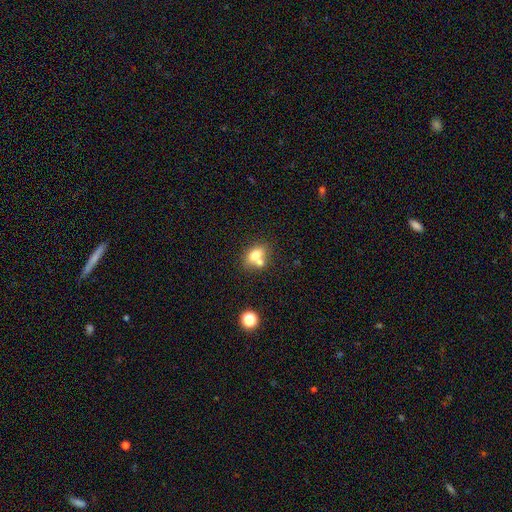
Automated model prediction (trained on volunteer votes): Smooth or featured?
  - smooth: 72% *
  - featured or disk: 17%
  - star or artifact: 11%
How rounded?
  - in between: 70% *
  - round: 27%
  - cigar-shaped: 3%
Merging?
  - none: 42% *
  - merger: 41%
  - minor disturbance: 12%
  - major disturbance: 5%